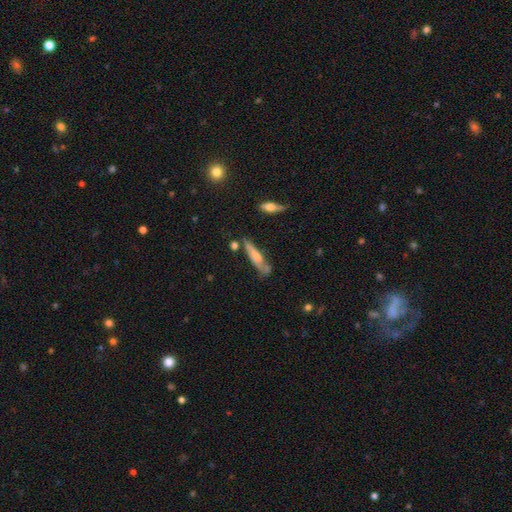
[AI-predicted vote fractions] Smooth or featured? Predicted: featured or disk (p=0.50). Merging? Predicted: none (p=0.59).